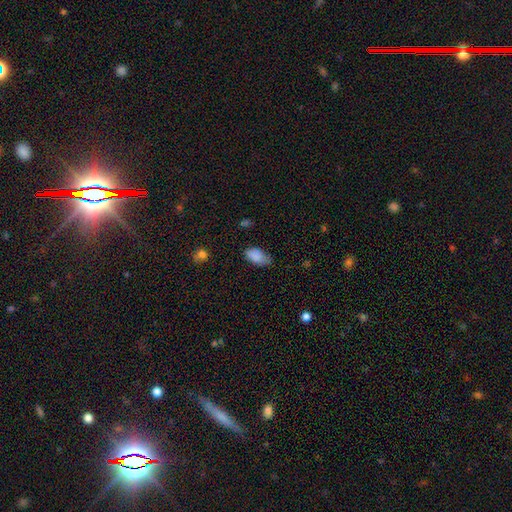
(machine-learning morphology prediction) smooth-or-featured: smooth: 85% | star or artifact: 8% | featured or disk: 7%
  how-rounded: in between: 93% | round: 5% | cigar-shaped: 3%
  merging: none: 61% | minor disturbance: 32% | major disturbance: 6% | merger: 2%